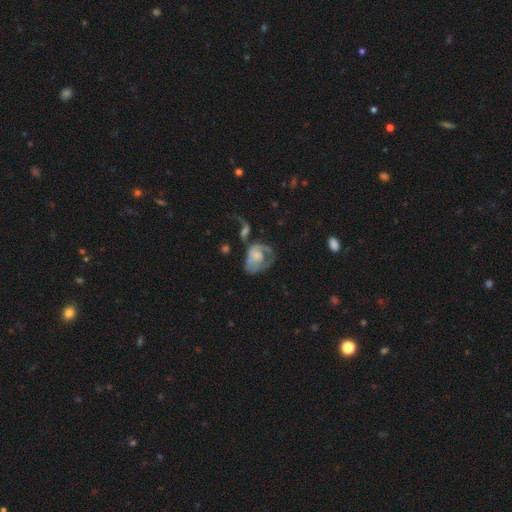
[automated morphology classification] Q: Smooth or featured?
A: featured or disk (56%); runner-up: smooth (36%)
Q: Edge-on disk?
A: no (97%); runner-up: yes (3%)
Q: Bar?
A: no (79%); runner-up: weak (18%)
Q: Spiral arms?
A: yes (51%); runner-up: no (49%)
Q: Bulge size?
A: moderate (30%); runner-up: none (28%)
Q: Merging?
A: major disturbance (40%); runner-up: none (23%)